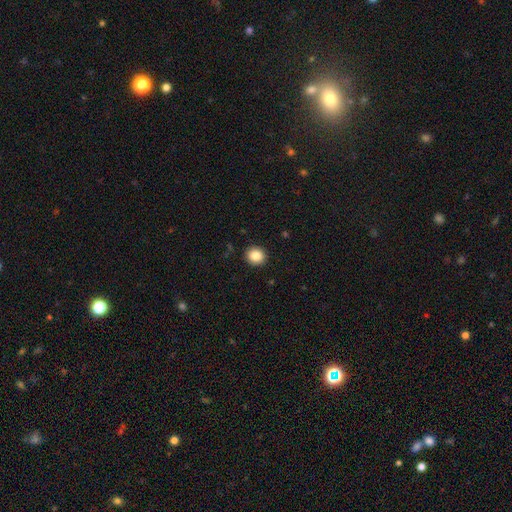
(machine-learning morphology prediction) A smooth galaxy with no disk features (86%) that is round (88%). Merging: none (92%).